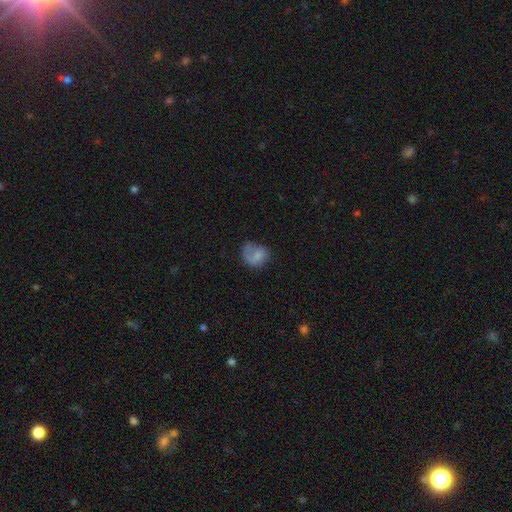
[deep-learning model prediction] Overall: smooth (64%; featured or disk 26%). How rounded: round (53%; in between 46%). Merging: none (38%; major disturbance 32%).